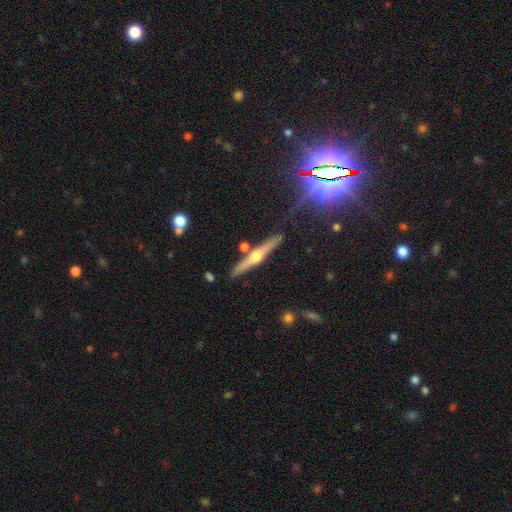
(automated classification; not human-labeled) smooth-or-featured: featured or disk: 72% | smooth: 22% | star or artifact: 7%
  disk-edge-on: yes: 97% | no: 3%
    edge-on-bulge: rounded: 94% | none: 4% | boxy: 3%
  merging: none: 83% | minor disturbance: 9% | merger: 6% | major disturbance: 2%